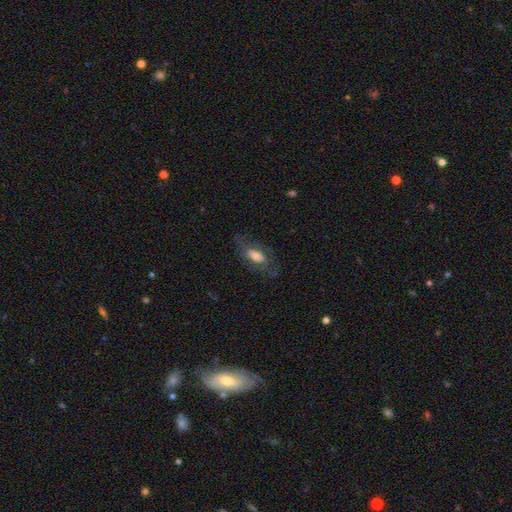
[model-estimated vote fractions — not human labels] Morphology: type=smooth (51%); roundness=in between (84%); merging=none (63%).